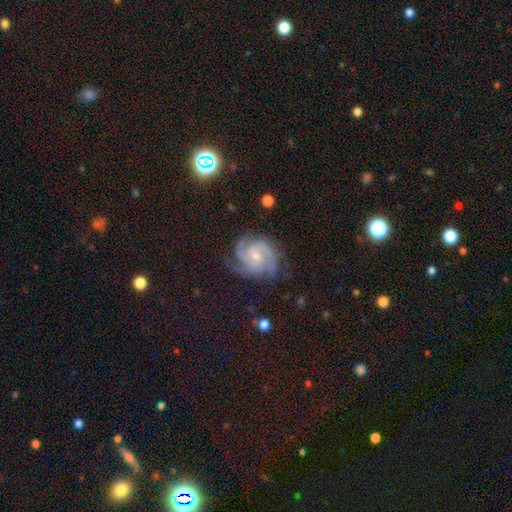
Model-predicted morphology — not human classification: Smooth or featured: featured or disk — 89% (star or artifact — 6%)
Edge-on disk: no — 98% (yes — 2%)
Bar: no — 62% (weak — 32%)
Spiral arms: yes — 98% (no — 2%)
Spiral winding: tight — 62% (medium — 33%)
Spiral arm count: 3 — 53% (2 — 19%)
Bulge size: small — 60% (moderate — 36%)
Merging: none — 75% (minor disturbance — 18%)